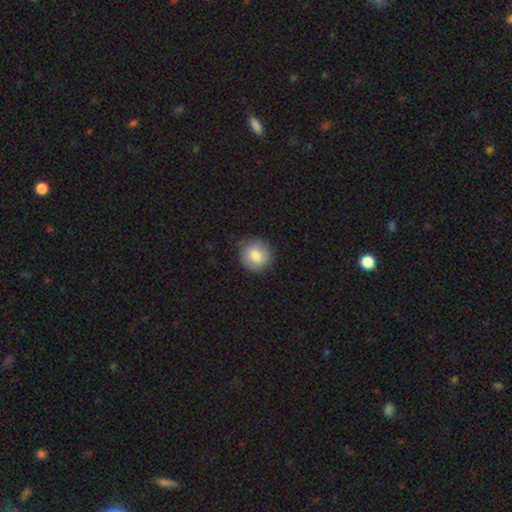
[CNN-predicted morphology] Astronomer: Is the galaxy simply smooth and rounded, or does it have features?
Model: smooth — 79%.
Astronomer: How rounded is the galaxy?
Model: round — 90%.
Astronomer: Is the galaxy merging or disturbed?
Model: none — 78%.